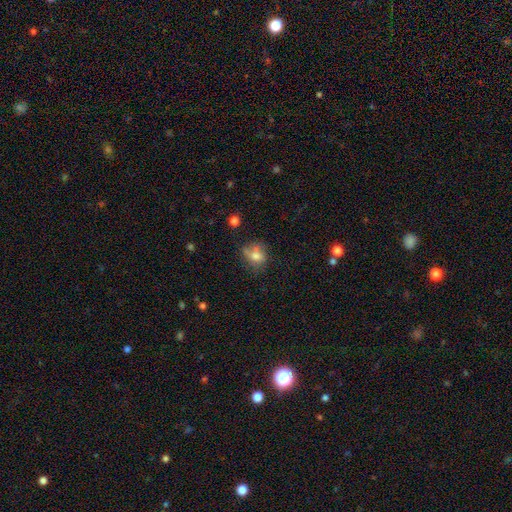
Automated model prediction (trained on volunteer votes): A smooth galaxy with no disk features (66%) that is round (55%).

Vote fractions:
- Smooth or featured? smooth: 66% / featured or disk: 20% / star or artifact: 14%
- How rounded? round: 55% / in between: 43% / cigar-shaped: 2%
- Merging? none: 45% / minor disturbance: 26% / major disturbance: 16% / merger: 13%